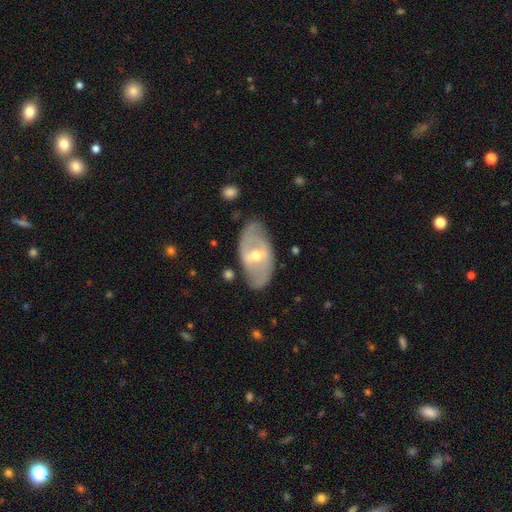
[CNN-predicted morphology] Smooth or featured?
  - featured or disk: 71% *
  - smooth: 23%
  - star or artifact: 6%
Edge-on disk?
  - no: 91% *
  - yes: 9%
Bar?
  - weak: 45% *
  - strong: 39%
  - no: 16%
Spiral arms?
  - yes: 58% *
  - no: 42%
Bulge size?
  - moderate: 67% *
  - small: 27%
  - large: 4%
  - none: 1%
  - dominant: 1%
Merging?
  - none: 75% *
  - minor disturbance: 17%
  - major disturbance: 6%
  - merger: 2%